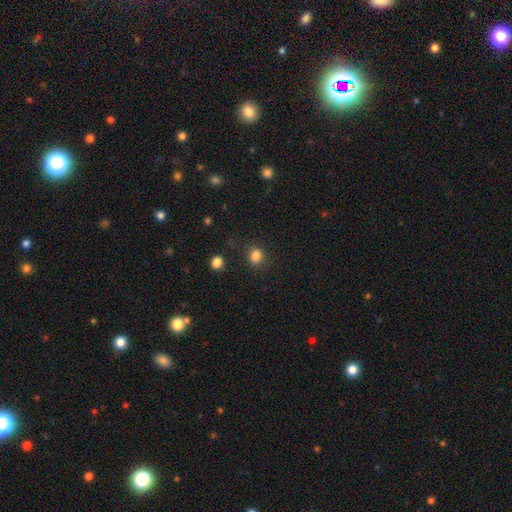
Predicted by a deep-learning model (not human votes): smooth_or_featured: smooth (p=0.84) [alt: star or artifact p=0.12]
how_rounded: round (p=0.69) [alt: in between p=0.30]
merging: none (p=0.83) [alt: minor disturbance p=0.10]